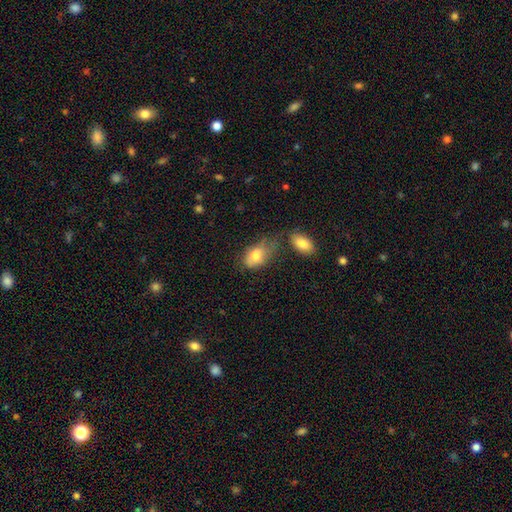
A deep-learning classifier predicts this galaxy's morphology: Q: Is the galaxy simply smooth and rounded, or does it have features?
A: smooth — 76%.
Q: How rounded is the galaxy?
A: in between — 87%.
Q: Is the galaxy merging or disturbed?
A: none — 34%.